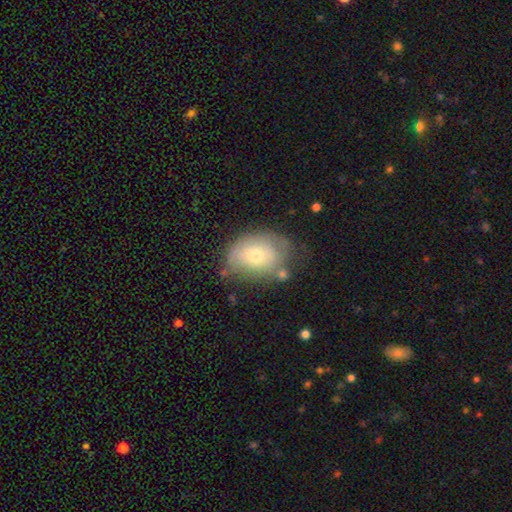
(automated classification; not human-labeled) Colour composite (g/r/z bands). It shows a smooth galaxy with no disk features (58%) that is in between round and cigar-shaped (66%). Merging: none (57%).